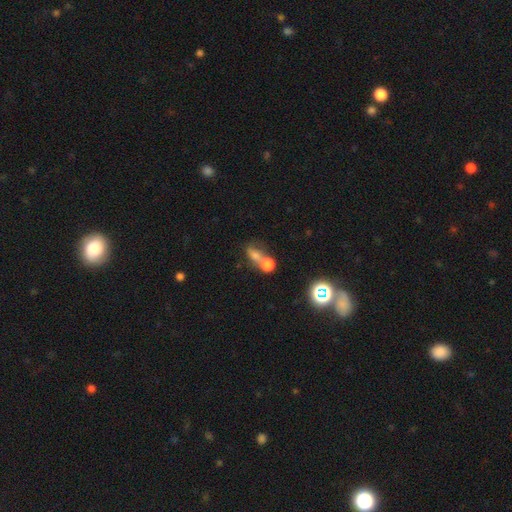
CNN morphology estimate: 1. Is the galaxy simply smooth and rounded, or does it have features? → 67% smooth, 20% star or artifact, 13% featured or disk.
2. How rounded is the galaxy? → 54% in between, 42% round, 4% cigar-shaped.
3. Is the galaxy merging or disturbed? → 50% merger, 32% none, 10% minor disturbance, 8% major disturbance.